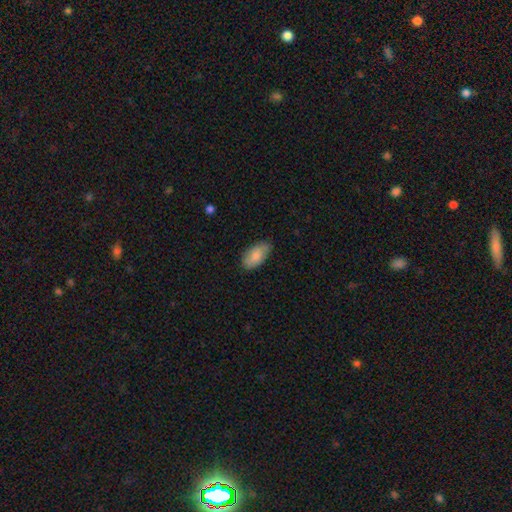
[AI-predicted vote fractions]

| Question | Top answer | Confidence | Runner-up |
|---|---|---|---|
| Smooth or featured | smooth | 82% | featured or disk (12%) |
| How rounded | in between | 93% | cigar-shaped (4%) |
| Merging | none | 78% | minor disturbance (18%) |